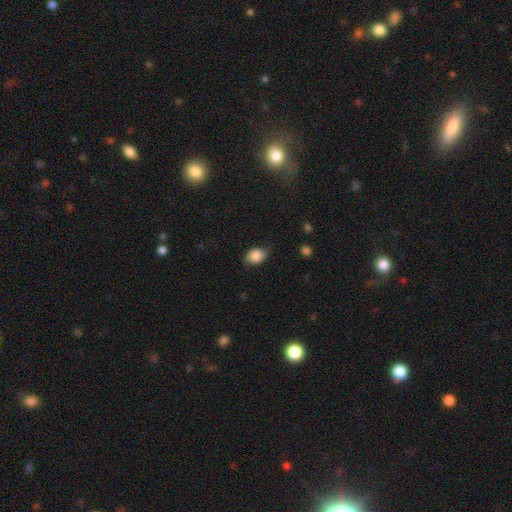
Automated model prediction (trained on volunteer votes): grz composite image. It shows a smooth galaxy with no disk features (81%) that is in between round and cigar-shaped (71%). Merging: none (66%).